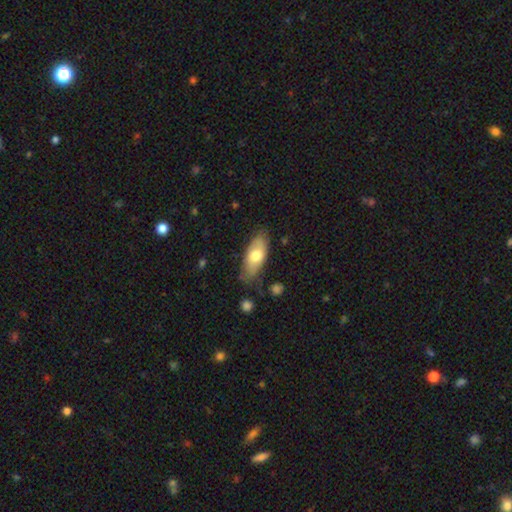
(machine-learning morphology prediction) The model was most divided on "smooth or featured": smooth: 69%, featured or disk: 26%, star or artifact: 6%. More confident: how rounded — in between (85%); merging — none (73%).